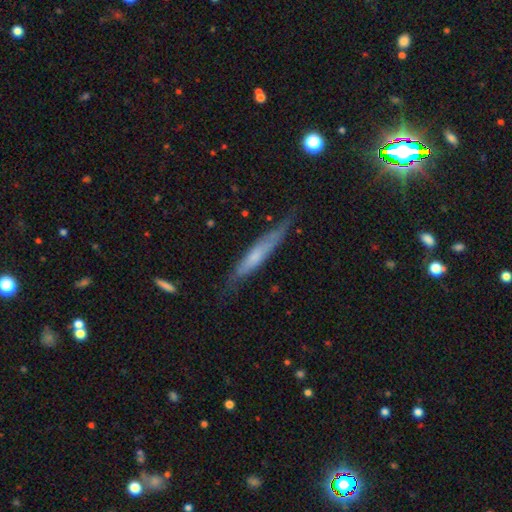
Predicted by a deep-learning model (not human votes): Smooth or featured?
  - smooth: 48% *
  - featured or disk: 46%
  - star or artifact: 6%
Merging?
  - none: 67% *
  - minor disturbance: 25%
  - major disturbance: 6%
  - merger: 2%